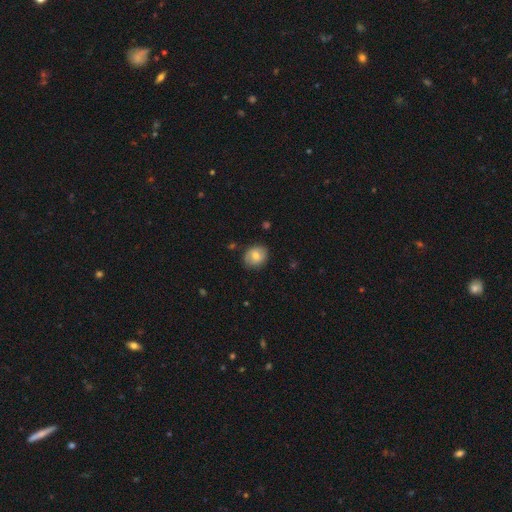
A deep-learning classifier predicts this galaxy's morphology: smooth-or-featured: smooth: 68% | featured or disk: 23% | star or artifact: 9%
  how-rounded: round: 63% | in between: 36% | cigar-shaped: 1%
  merging: none: 82% | minor disturbance: 14% | major disturbance: 3% | merger: 1%